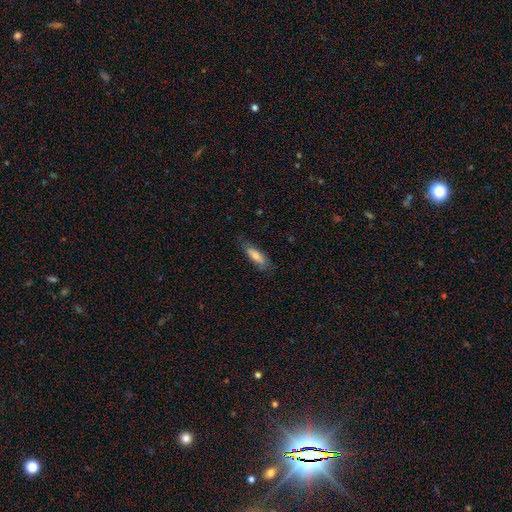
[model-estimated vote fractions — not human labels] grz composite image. It shows a smooth galaxy with no disk features (72%) that is in between round and cigar-shaped (53%). Merging: none (71%).